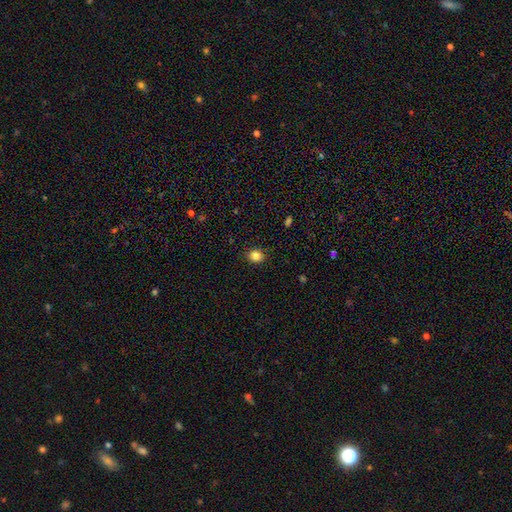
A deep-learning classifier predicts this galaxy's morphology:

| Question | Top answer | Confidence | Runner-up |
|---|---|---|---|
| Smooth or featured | smooth | 85% | star or artifact (11%) |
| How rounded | round | 63% | in between (36%) |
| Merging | none | 88% | minor disturbance (9%) |